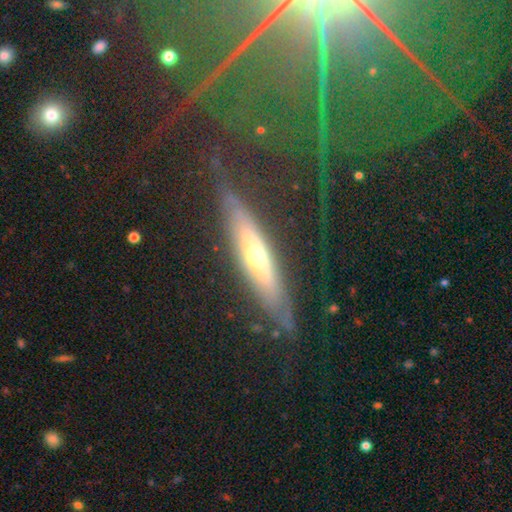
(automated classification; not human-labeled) A featured or disk galaxy (67%) viewed edge-on (75%).

Vote fractions:
- Smooth or featured? featured or disk: 67% / smooth: 22% / star or artifact: 11%
- Edge-on disk? yes: 75% / no: 25%
- Merging? none: 78% / minor disturbance: 15% / major disturbance: 6% / merger: 2%